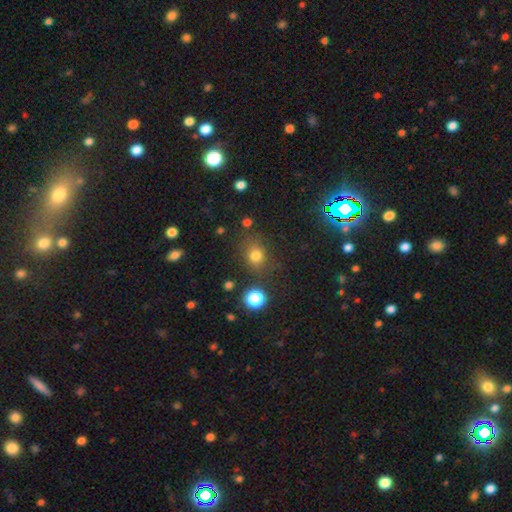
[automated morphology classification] A smooth galaxy with no disk features (73%) that is round (67%). Merging: none (77%).